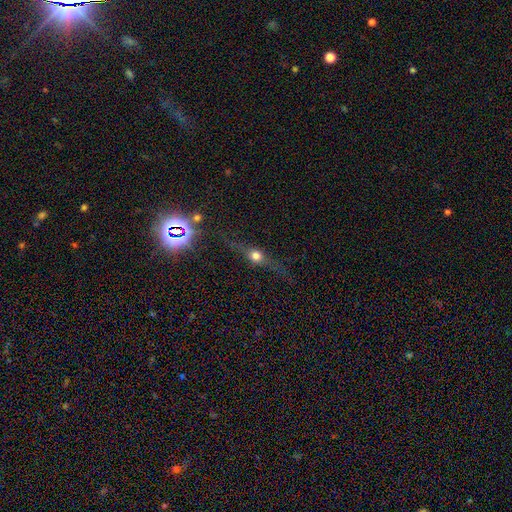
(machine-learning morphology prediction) smooth-or-featured: featured or disk: 56% | smooth: 25% | star or artifact: 19%
  disk-edge-on: yes: 87% | no: 13%
  merging: none: 78% | minor disturbance: 12% | major disturbance: 6% | merger: 3%